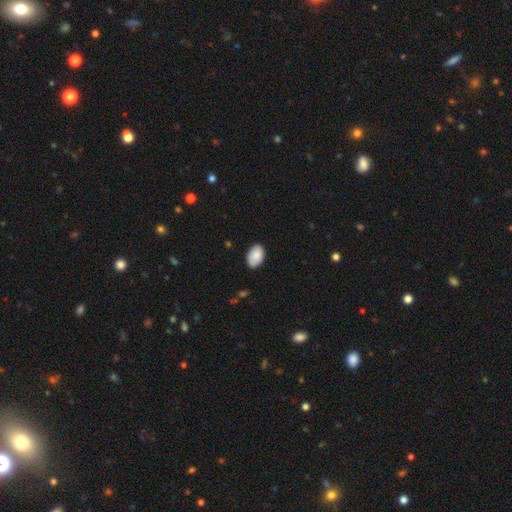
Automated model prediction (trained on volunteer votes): This appears to be a smooth galaxy with no disk features (86%) that is in between round and cigar-shaped (90%). Merging: none (80%).